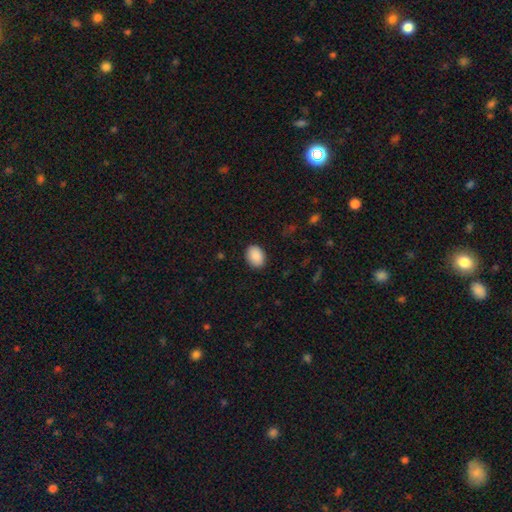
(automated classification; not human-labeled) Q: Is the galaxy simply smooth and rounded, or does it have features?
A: smooth — 90%.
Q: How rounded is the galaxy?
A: in between — 73%.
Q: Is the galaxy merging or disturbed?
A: none — 89%.